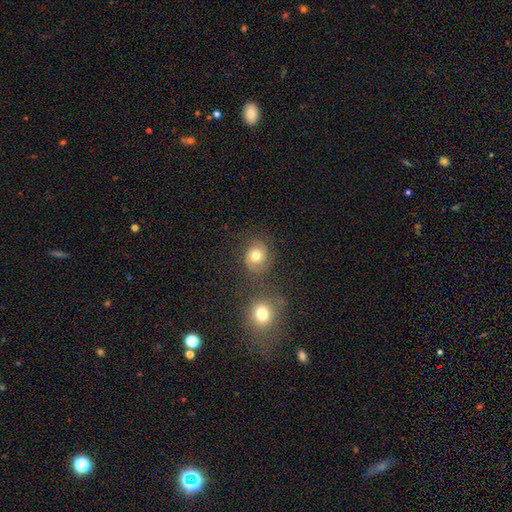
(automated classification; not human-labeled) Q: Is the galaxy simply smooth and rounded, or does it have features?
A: featured or disk — 48%.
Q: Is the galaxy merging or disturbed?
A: none — 68%.